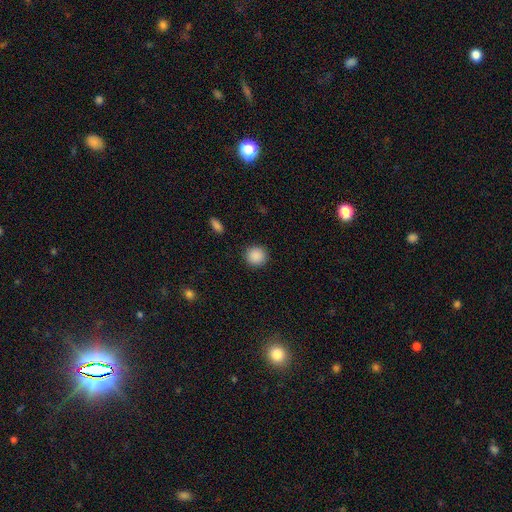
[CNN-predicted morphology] The model was most divided on "smooth or featured": smooth: 89%, star or artifact: 8%, featured or disk: 3%. More confident: how rounded — round (93%); merging — none (91%).